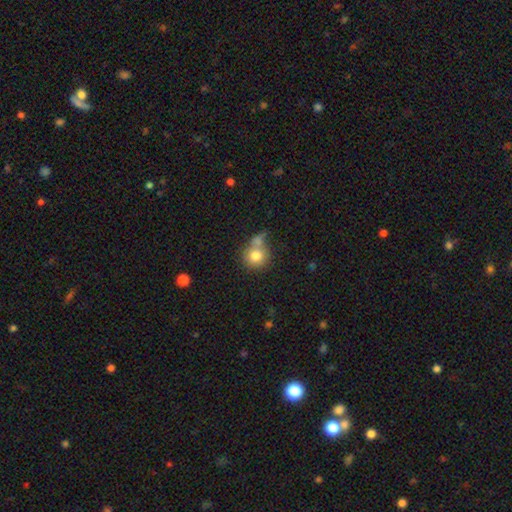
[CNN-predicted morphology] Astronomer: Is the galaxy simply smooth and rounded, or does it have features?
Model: smooth — 79%.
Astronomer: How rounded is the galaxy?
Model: round — 88%.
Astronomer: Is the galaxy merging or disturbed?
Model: none — 45% (runner-up: merger, 35%).